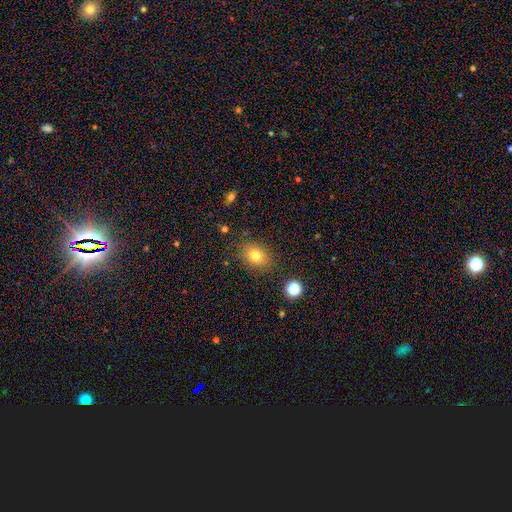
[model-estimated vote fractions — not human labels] Morphology: type=smooth (78%); roundness=in between (62%); merging=none (82%).